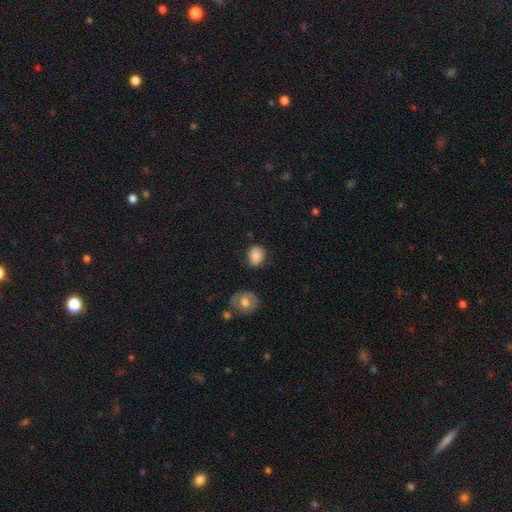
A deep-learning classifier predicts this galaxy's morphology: Smooth or featured? Predicted: smooth (p=0.84). How rounded? Predicted: in between (p=0.59). Merging? Predicted: none (p=0.74).